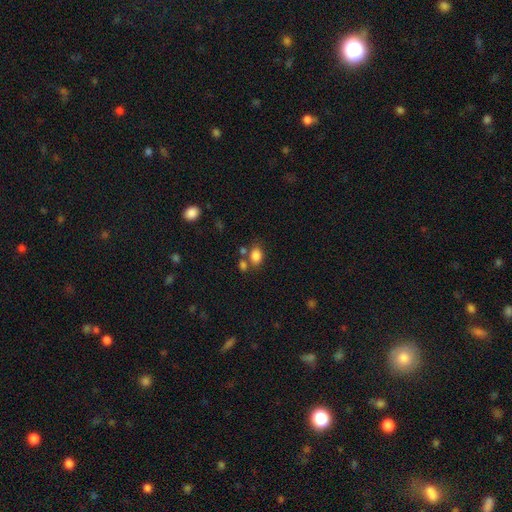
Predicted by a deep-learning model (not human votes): Smooth or featured? Predicted: smooth (p=0.84). How rounded? Predicted: in between (p=0.77). Merging? Predicted: none (p=0.57).